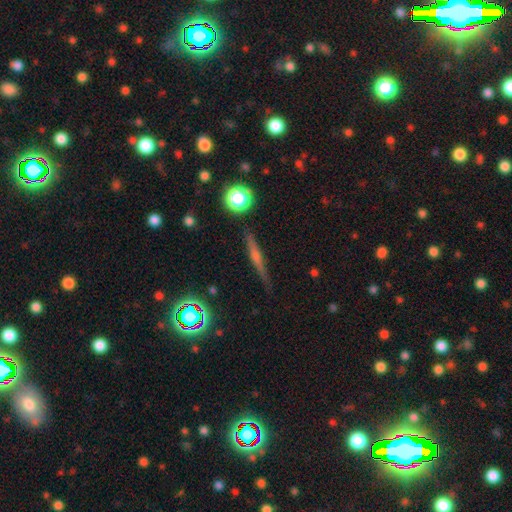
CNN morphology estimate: smooth_or_featured: featured or disk (p=0.55) [alt: smooth p=0.31]
disk_edge_on: yes (p=0.96) [alt: no p=0.04]
edge_on_bulge: rounded (p=0.51) [alt: none p=0.36]
merging: none (p=0.86) [alt: minor disturbance p=0.10]